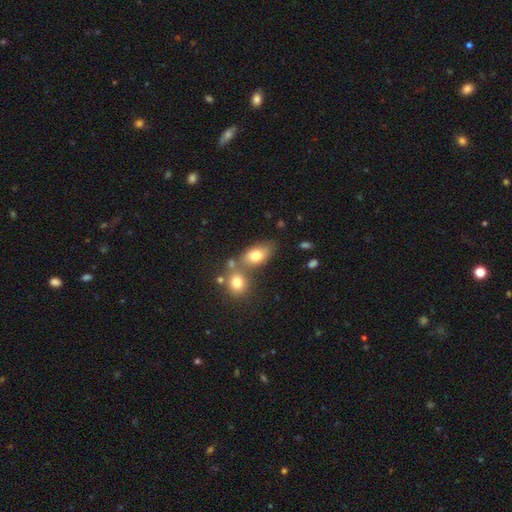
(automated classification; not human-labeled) Smooth or featured?
  - smooth: 77% *
  - featured or disk: 13%
  - star or artifact: 10%
How rounded?
  - in between: 82% *
  - round: 15%
  - cigar-shaped: 3%
Merging?
  - none: 50% *
  - merger: 31%
  - minor disturbance: 13%
  - major disturbance: 5%